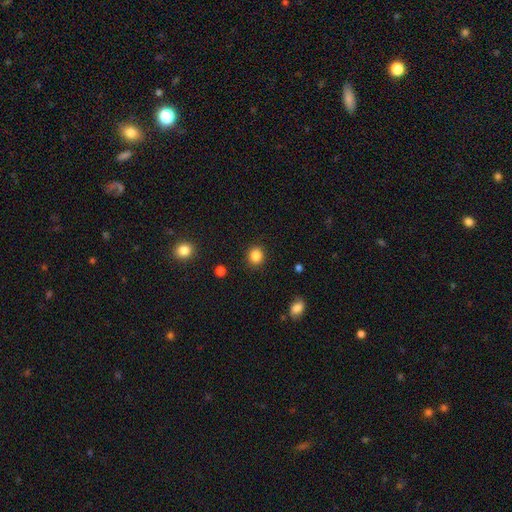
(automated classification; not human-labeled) Smooth or featured?
  - smooth: 85% *
  - star or artifact: 11%
  - featured or disk: 4%
How rounded?
  - round: 82% *
  - in between: 17%
  - cigar-shaped: 1%
Merging?
  - none: 90% *
  - minor disturbance: 6%
  - major disturbance: 2%
  - merger: 1%